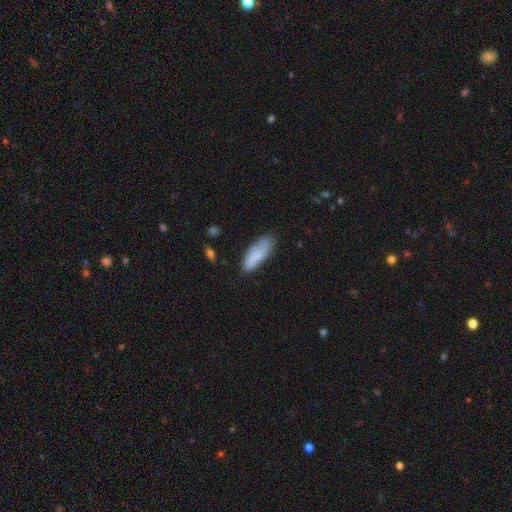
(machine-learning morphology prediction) smooth 78%, featured or disk 16%, star or artifact 7%. Down the decision tree: how rounded — in between (62%); merging — none (59%).